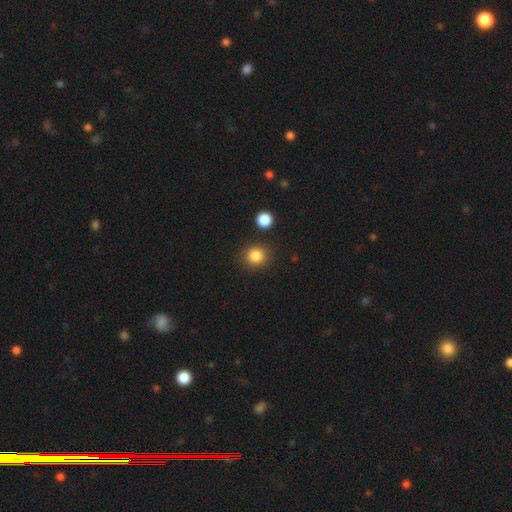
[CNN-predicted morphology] Smooth or featured: smooth — 85% (star or artifact — 11%)
How rounded: round — 86% (in between — 13%)
Merging: none — 87% (minor disturbance — 7%)